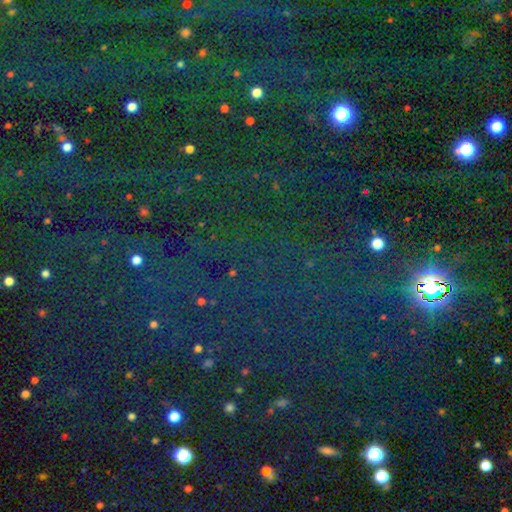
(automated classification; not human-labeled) This is likely a star or artifact rather than a galaxy (78%).